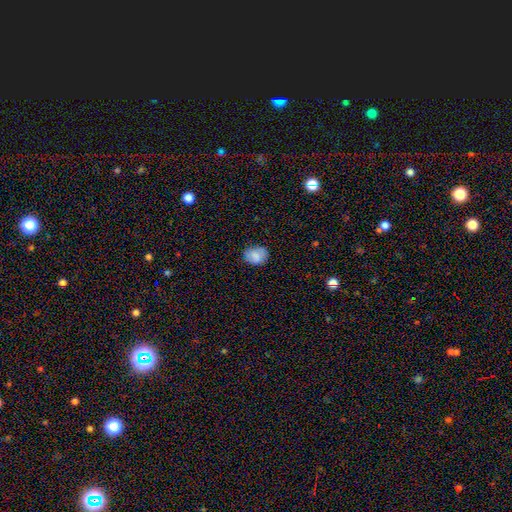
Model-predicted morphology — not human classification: type=smooth (80%); roundness=in between (56%); merging=none (76%).